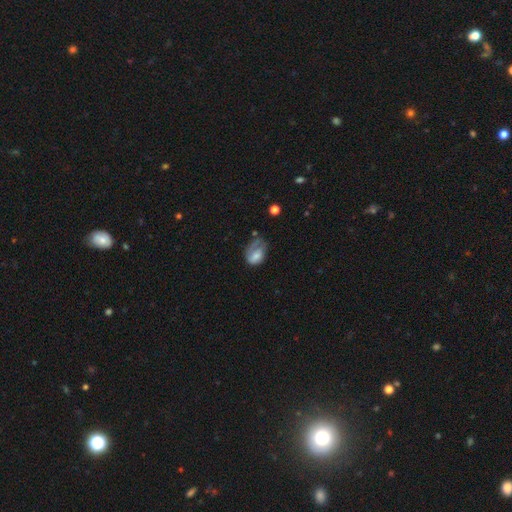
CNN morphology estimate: Smooth or featured? Predicted: smooth (p=0.64). How rounded? Predicted: in between (p=0.79). Merging? Predicted: major disturbance (p=0.34).